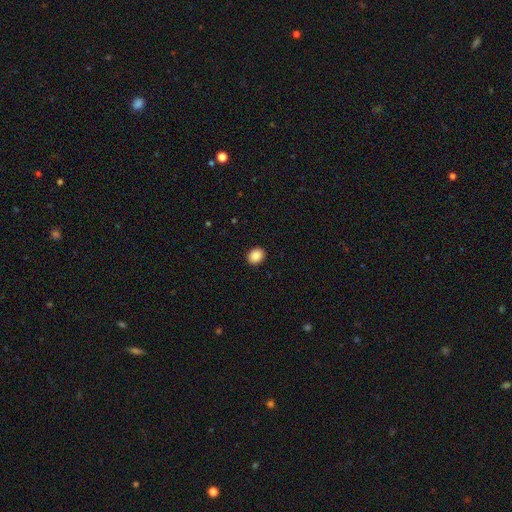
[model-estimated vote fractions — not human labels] Smooth or featured: smooth — 88% (star or artifact — 9%)
How rounded: round — 56% (in between — 44%)
Merging: none — 92% (minor disturbance — 6%)